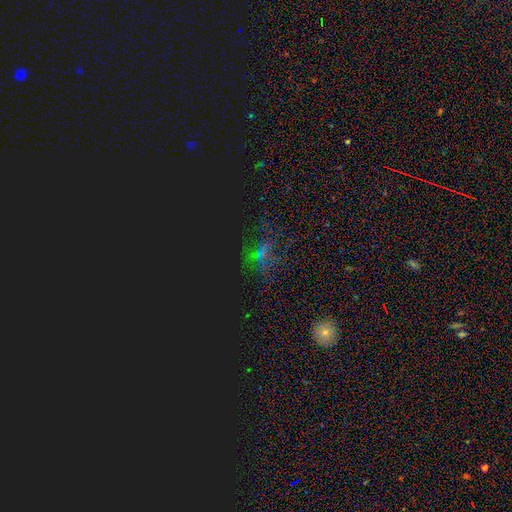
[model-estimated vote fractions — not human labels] star or artifact 71%, smooth 18%, featured or disk 11%.